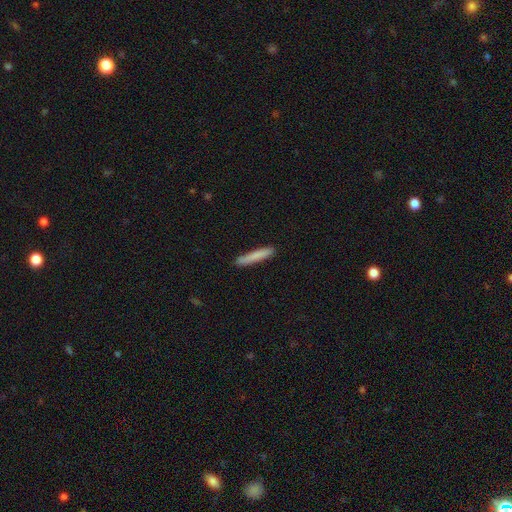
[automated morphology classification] smooth-or-featured: smooth: 80% | featured or disk: 14% | star or artifact: 6%
  how-rounded: cigar-shaped: 95% | in between: 4% | round: 1%
  merging: none: 89% | minor disturbance: 8% | major disturbance: 2% | merger: 1%